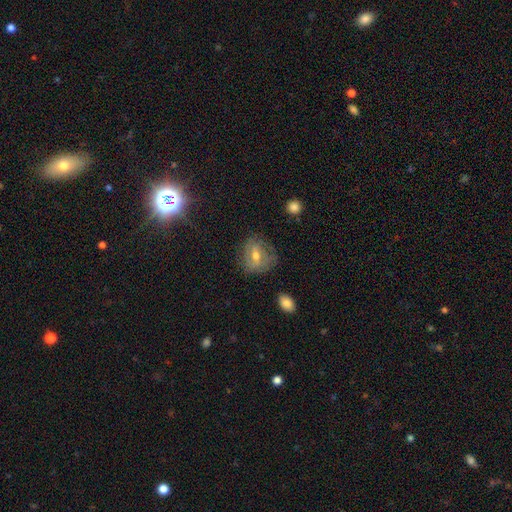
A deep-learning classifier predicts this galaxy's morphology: smooth_or_featured: featured or disk (p=0.50) [alt: smooth p=0.40]
merging: none (p=0.65) [alt: minor disturbance p=0.23]